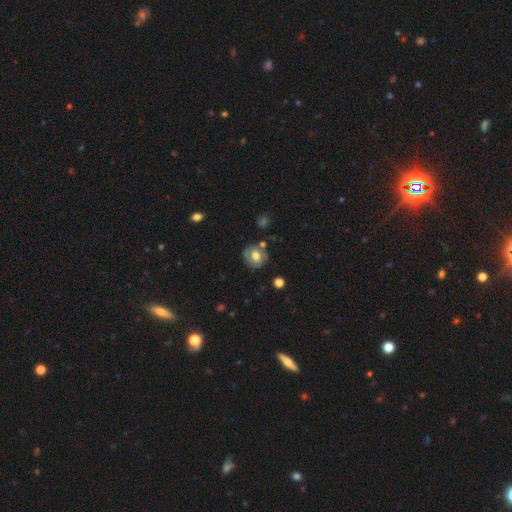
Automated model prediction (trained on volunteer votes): This is likely a smooth galaxy (63%). How rounded: likely round (73%). Merging: likely none (70%).